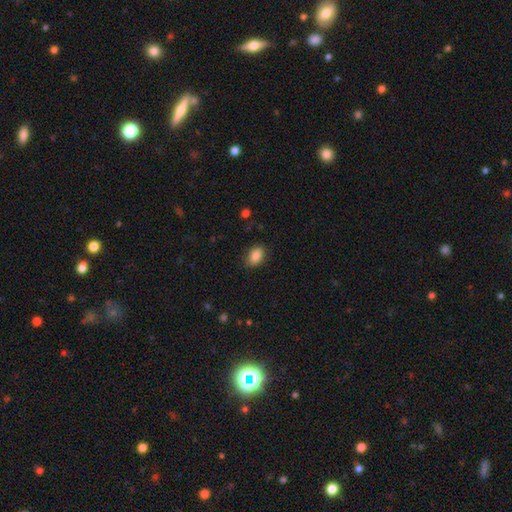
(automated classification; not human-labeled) smooth-or-featured: smooth: 86% | star or artifact: 8% | featured or disk: 6%
  how-rounded: in between: 84% | round: 14% | cigar-shaped: 2%
  merging: none: 83% | minor disturbance: 13% | major disturbance: 3% | merger: 1%